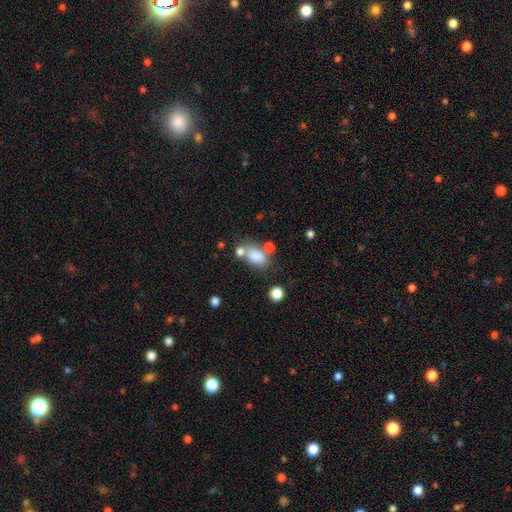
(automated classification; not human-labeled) Smooth or featured?
  - smooth: 80% *
  - star or artifact: 10%
  - featured or disk: 9%
How rounded?
  - in between: 85% *
  - round: 12%
  - cigar-shaped: 3%
Merging?
  - none: 53% *
  - merger: 24%
  - minor disturbance: 16%
  - major disturbance: 7%